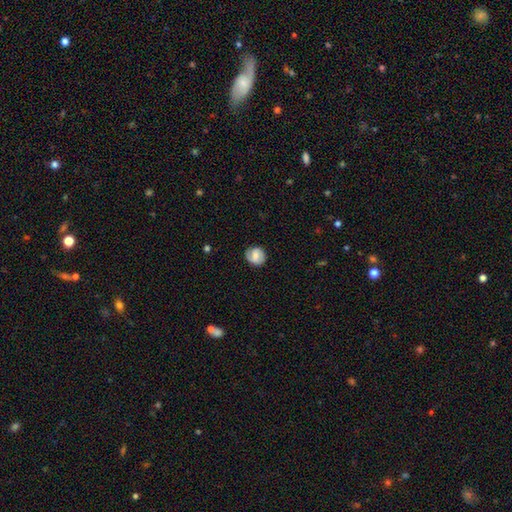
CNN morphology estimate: type=smooth (47%); merging=none (79%).